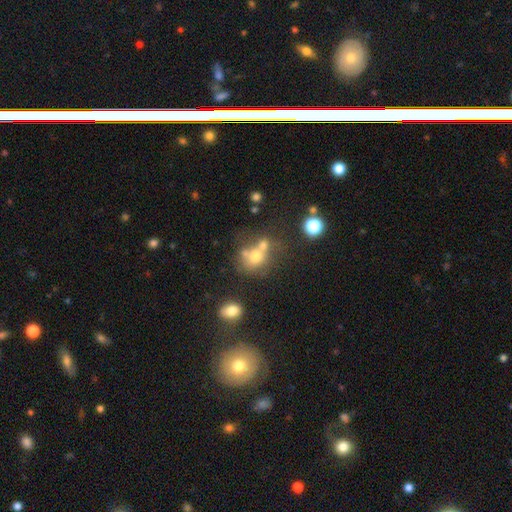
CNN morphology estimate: This is likely a smooth galaxy (61%). How rounded: likely round (69%). Merging: possibly merger (46%).